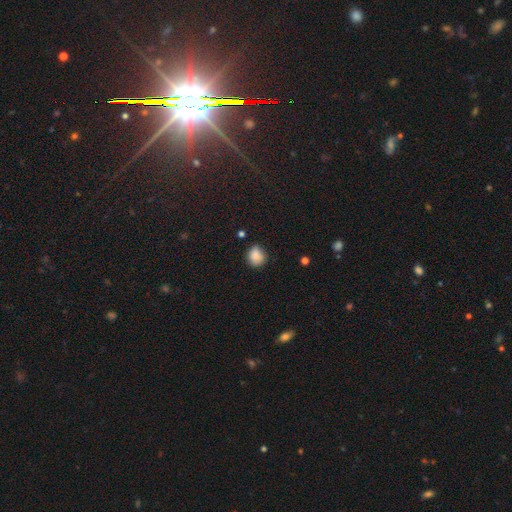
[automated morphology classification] Smooth or featured? smooth (85%)
How rounded? round (73%)
Merging? none (69%)